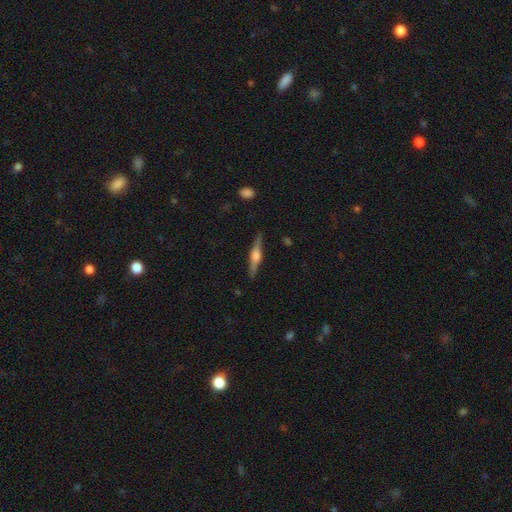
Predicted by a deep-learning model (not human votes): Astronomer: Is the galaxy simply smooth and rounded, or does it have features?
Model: featured or disk — 73%.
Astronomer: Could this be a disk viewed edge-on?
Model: yes — 98%.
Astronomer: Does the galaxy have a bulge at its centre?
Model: rounded — 85%.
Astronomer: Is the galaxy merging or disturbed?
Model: none — 88%.